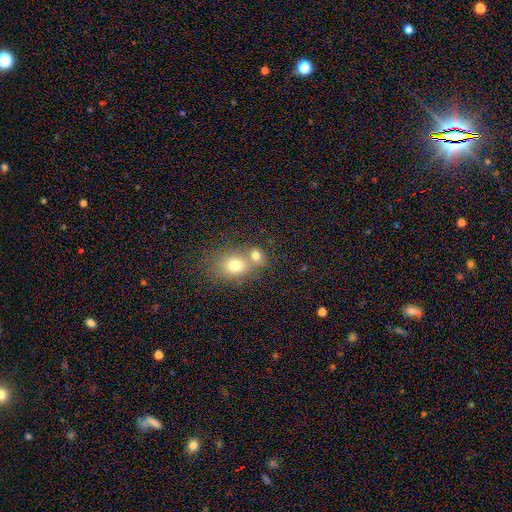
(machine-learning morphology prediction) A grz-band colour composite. It shows a smooth galaxy with no disk features (76%) that is round (60%). Merging: merger (53%).